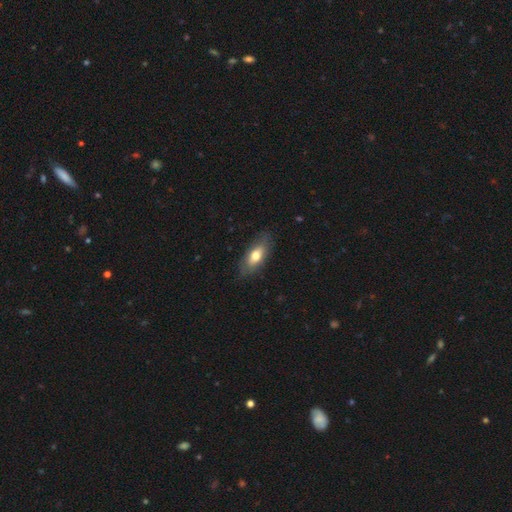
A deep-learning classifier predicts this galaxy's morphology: A smooth galaxy with no disk features (66%) that is in between round and cigar-shaped (77%). Merging: none (77%).